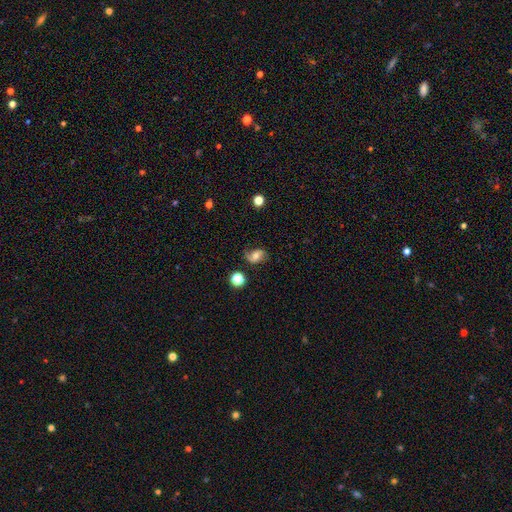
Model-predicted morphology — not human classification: Overall: featured or disk (62%; smooth 28%). Edge-on disk: no (97%). Bar: no (53%; weak 35%). Spiral arms: yes (91%). Spiral arm count: 2 (80%). Spiral winding: loose (49%; medium 36%). Bulge size: moderate (66%). Merging: none (70%).